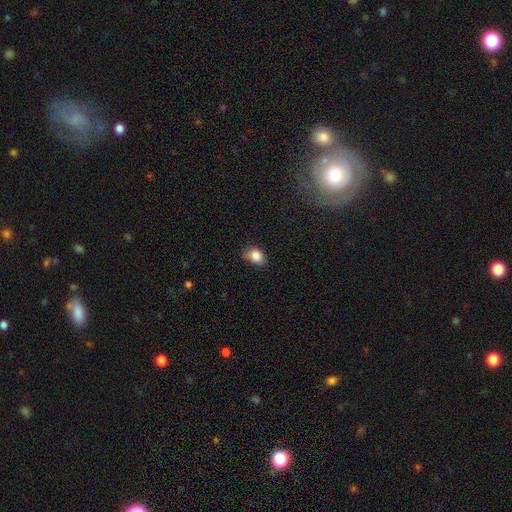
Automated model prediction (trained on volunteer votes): Smooth or featured?
  - smooth: 85% *
  - star or artifact: 9%
  - featured or disk: 6%
How rounded?
  - in between: 71% *
  - round: 28%
  - cigar-shaped: 1%
Merging?
  - none: 64% *
  - minor disturbance: 29%
  - major disturbance: 5%
  - merger: 2%